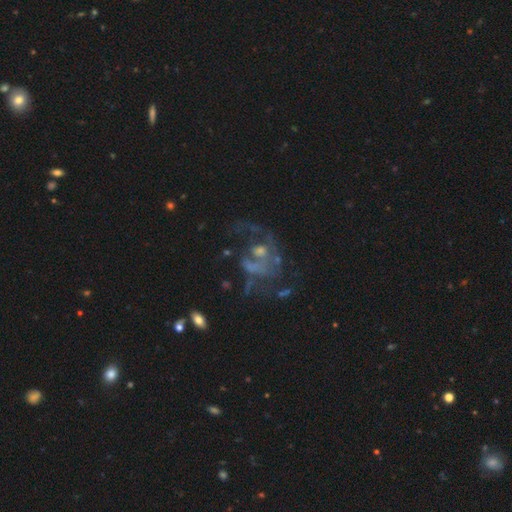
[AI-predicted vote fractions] This is likely a featured or disk galaxy (70%). It is clearly not viewed edge-on (97%). Bar: likely no (63%). Spiral arm pattern: likely yes (72%). Central bulge: possibly small (48%). Merging: marginally none (44%).